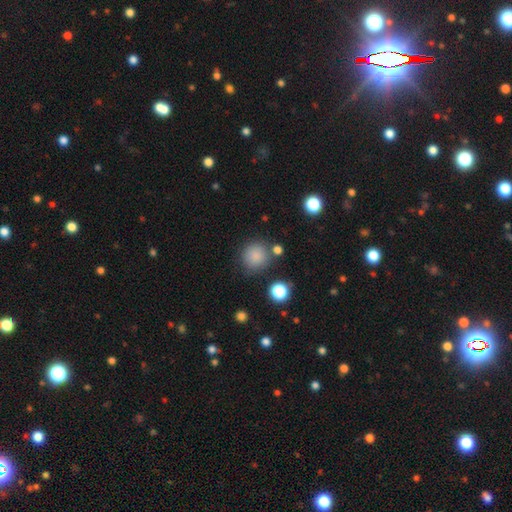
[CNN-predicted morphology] Smooth or featured?
  - smooth: 83% *
  - star or artifact: 12%
  - featured or disk: 5%
How rounded?
  - round: 89% *
  - in between: 10%
  - cigar-shaped: 1%
Merging?
  - none: 77% *
  - minor disturbance: 12%
  - merger: 6%
  - major disturbance: 4%